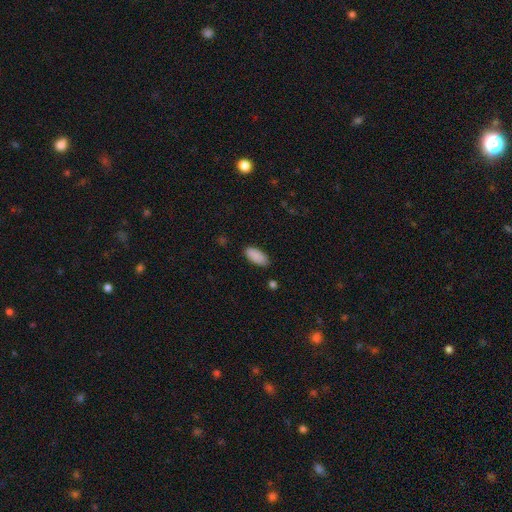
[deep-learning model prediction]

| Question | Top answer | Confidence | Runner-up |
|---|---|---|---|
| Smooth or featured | smooth | 90% | star or artifact (7%) |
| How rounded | in between | 89% | cigar-shaped (9%) |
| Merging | none | 86% | minor disturbance (10%) |